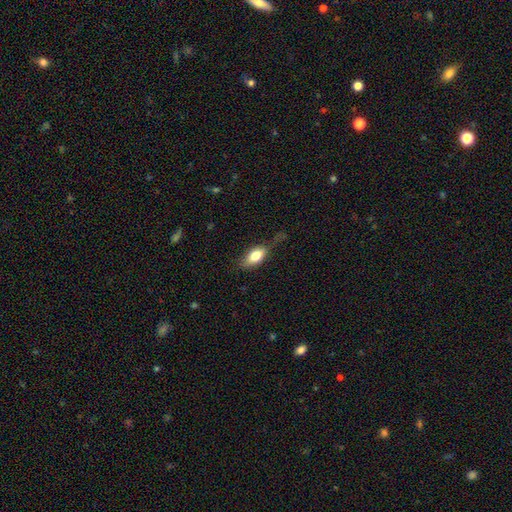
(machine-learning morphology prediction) The model was most divided on "merging": none: 61%, minor disturbance: 26%, major disturbance: 11%, merger: 2%. More confident: how rounded — in between (85%); smooth or featured — smooth (75%).